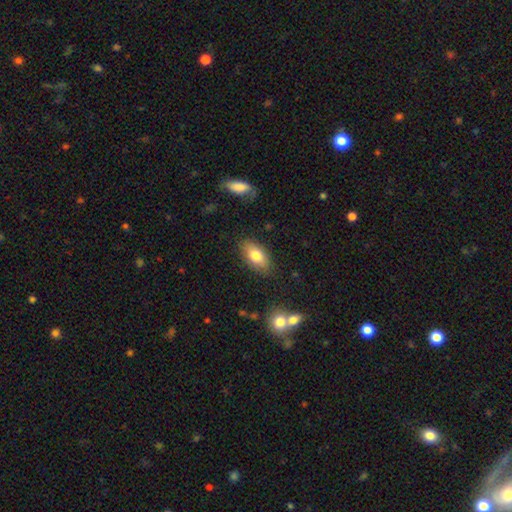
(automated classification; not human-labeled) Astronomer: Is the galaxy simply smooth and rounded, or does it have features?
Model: smooth — 78%.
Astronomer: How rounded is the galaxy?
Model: in between — 90%.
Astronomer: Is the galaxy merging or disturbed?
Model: none — 84%.